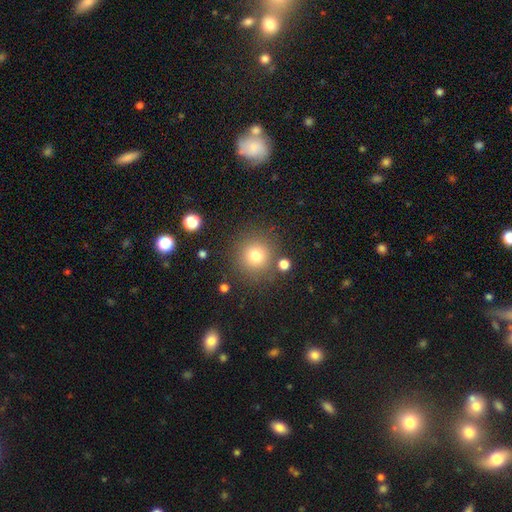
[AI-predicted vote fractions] Smooth or featured: smooth — 76% (star or artifact — 14%)
How rounded: round — 94% (in between — 5%)
Merging: none — 84% (minor disturbance — 8%)